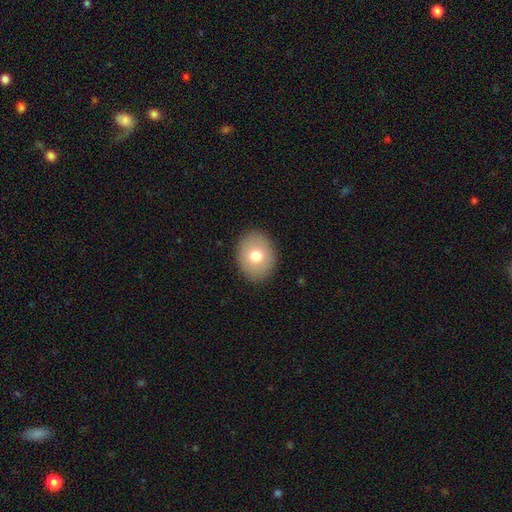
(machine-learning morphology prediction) Smooth or featured? Predicted: smooth (p=0.73). How rounded? Predicted: round (p=0.50). Merging? Predicted: none (p=0.89).